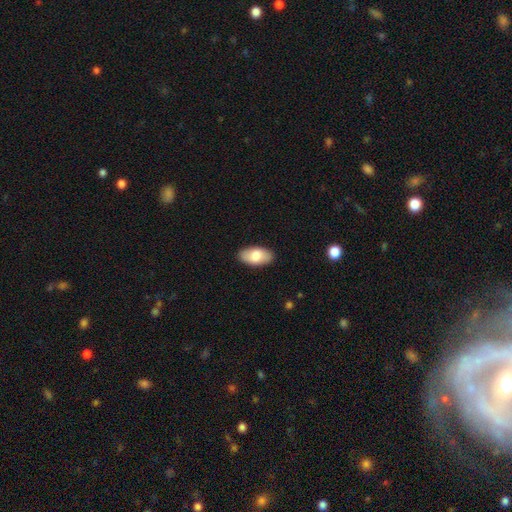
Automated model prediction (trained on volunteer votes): smooth_or_featured: smooth (p=0.78) [alt: featured or disk p=0.17]
how_rounded: in between (p=0.95) [alt: round p=0.03]
merging: none (p=0.88) [alt: minor disturbance p=0.09]